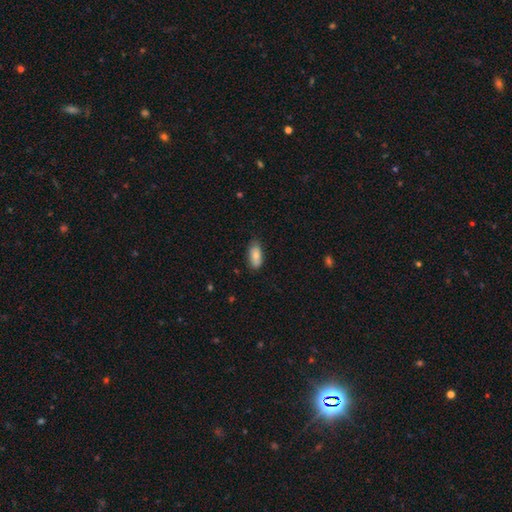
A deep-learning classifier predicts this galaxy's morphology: Smooth or featured: smooth — 78% (featured or disk — 16%)
How rounded: in between — 87% (cigar-shaped — 11%)
Merging: none — 76% (minor disturbance — 20%)